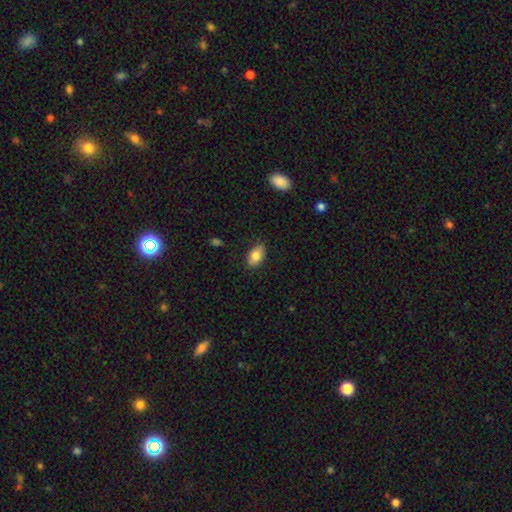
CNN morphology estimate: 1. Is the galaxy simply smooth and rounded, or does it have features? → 83% smooth, 10% featured or disk, 7% star or artifact.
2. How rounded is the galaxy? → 91% in between, 7% round, 2% cigar-shaped.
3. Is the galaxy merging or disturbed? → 84% none, 12% minor disturbance, 2% major disturbance, 1% merger.